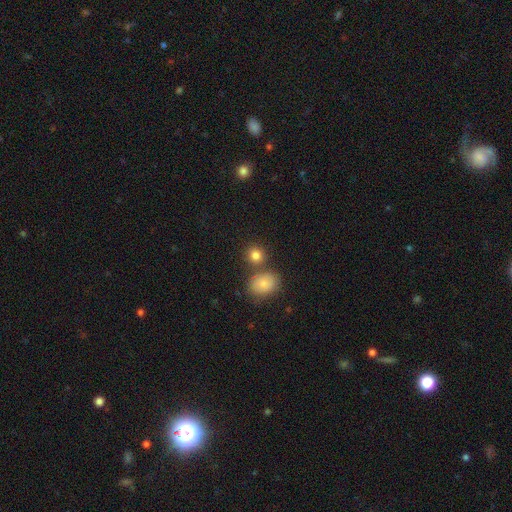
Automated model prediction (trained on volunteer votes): Morphology: type=smooth (84%); roundness=round (81%); merging=none (68%).